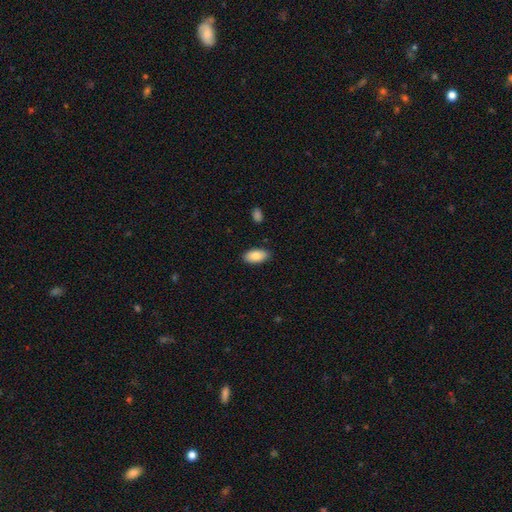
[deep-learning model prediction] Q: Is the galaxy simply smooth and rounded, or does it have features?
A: smooth — 84%.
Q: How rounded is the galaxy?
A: in between — 94%.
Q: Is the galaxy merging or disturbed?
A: none — 88%.